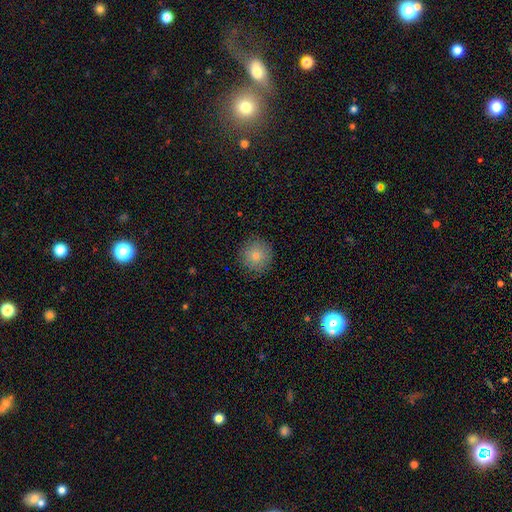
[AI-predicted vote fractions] Smooth or featured? smooth (78%)
How rounded? round (95%)
Merging? none (89%)